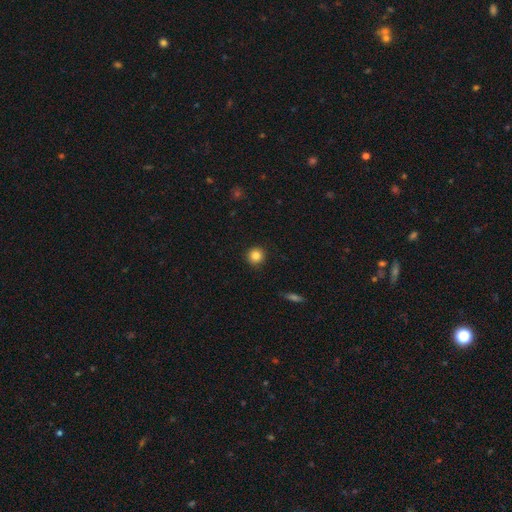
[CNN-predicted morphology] Smooth or featured? Predicted: smooth (p=0.85). How rounded? Predicted: round (p=0.95). Merging? Predicted: none (p=0.92).